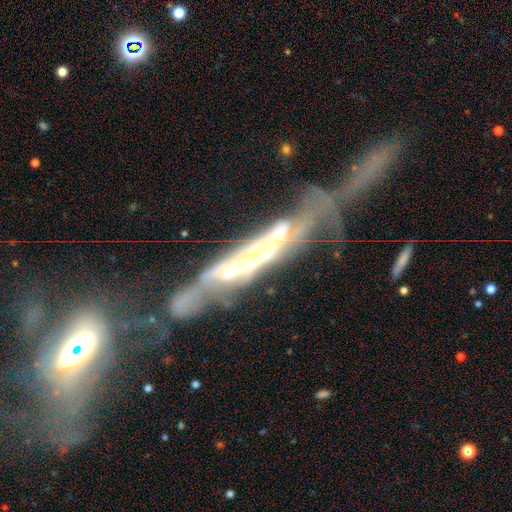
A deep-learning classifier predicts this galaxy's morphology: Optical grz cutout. It shows a featured or disk galaxy (73%) viewed edge-on (52%). Merging: merger (41%).